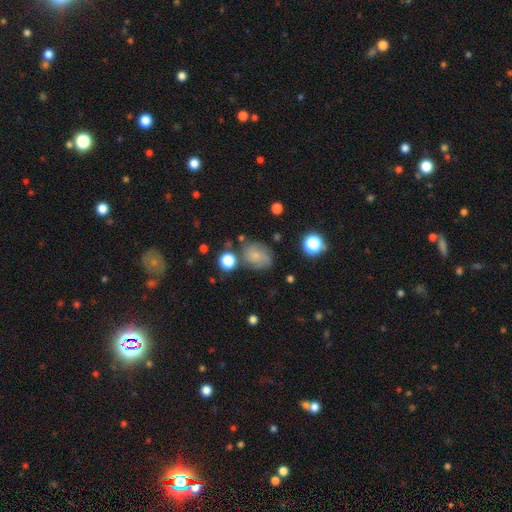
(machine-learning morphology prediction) Q: Smooth or featured?
A: smooth (56%); runner-up: featured or disk (31%)
Q: How rounded?
A: round (51%); runner-up: in between (47%)
Q: Merging?
A: none (58%); runner-up: minor disturbance (24%)